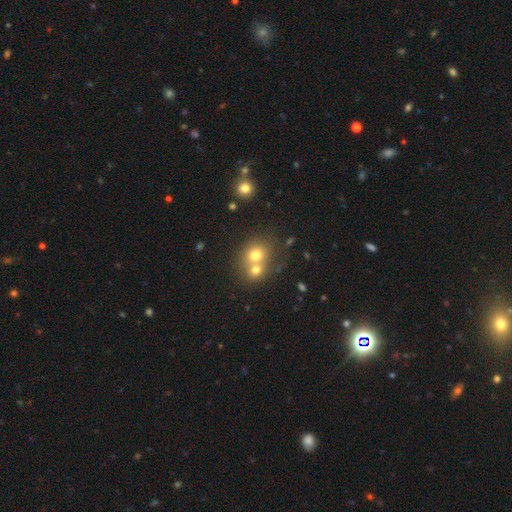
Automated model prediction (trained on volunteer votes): The model was most divided on "merging": merger: 58%, none: 33%, minor disturbance: 6%, major disturbance: 3%. More confident: how rounded — round (75%); smooth or featured — smooth (71%).